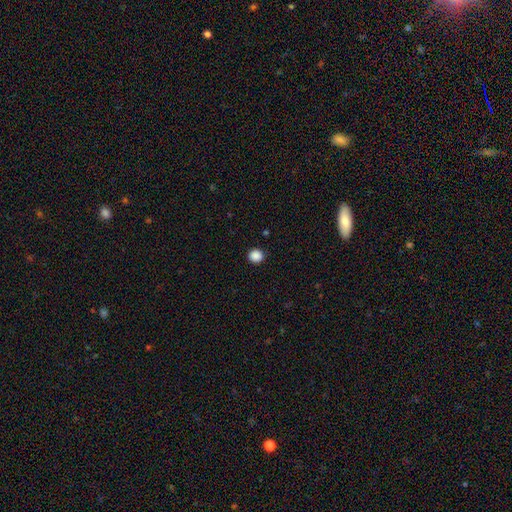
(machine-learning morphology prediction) Smooth or featured?
  - smooth: 88% *
  - star or artifact: 10%
  - featured or disk: 2%
How rounded?
  - round: 89% *
  - in between: 10%
  - cigar-shaped: 1%
Merging?
  - none: 92% *
  - minor disturbance: 5%
  - major disturbance: 2%
  - merger: 1%